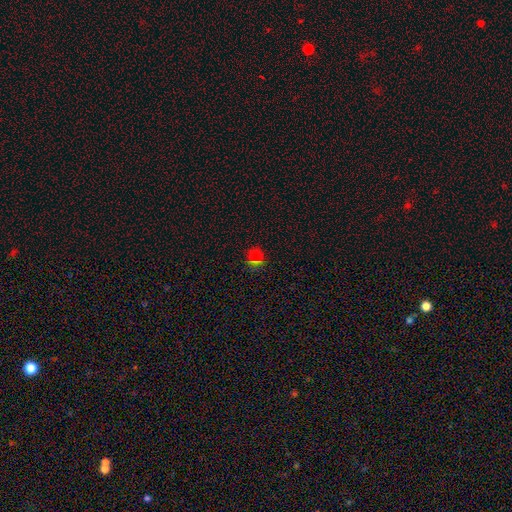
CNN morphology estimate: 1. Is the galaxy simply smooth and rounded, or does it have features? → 61% smooth, 32% star or artifact, 7% featured or disk.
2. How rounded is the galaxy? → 86% round, 12% in between, 2% cigar-shaped.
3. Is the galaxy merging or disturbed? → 84% none, 9% minor disturbance, 4% merger, 3% major disturbance.